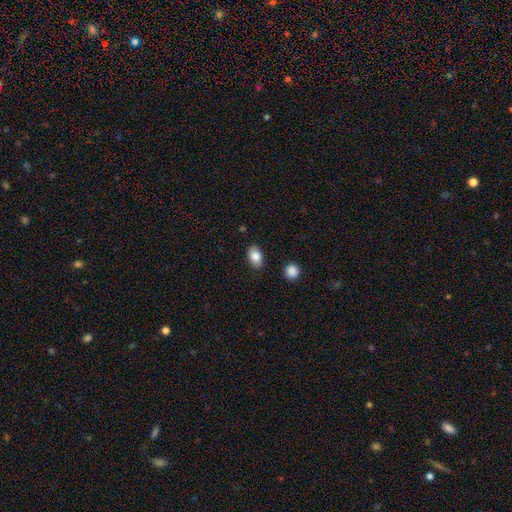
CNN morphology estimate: Smooth or featured?
  - smooth: 85% *
  - featured or disk: 8%
  - star or artifact: 7%
How rounded?
  - in between: 86% *
  - round: 13%
  - cigar-shaped: 1%
Merging?
  - none: 87% *
  - minor disturbance: 9%
  - major disturbance: 2%
  - merger: 2%